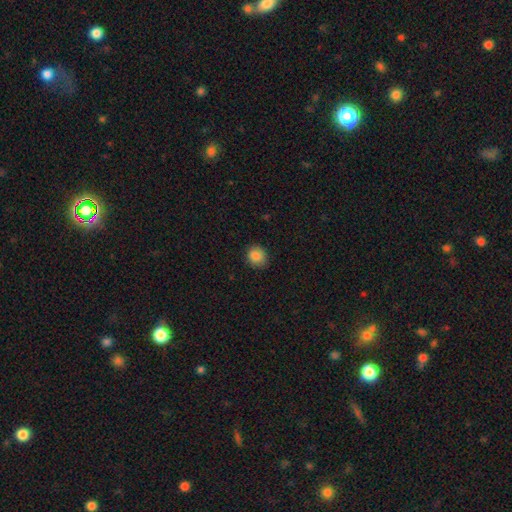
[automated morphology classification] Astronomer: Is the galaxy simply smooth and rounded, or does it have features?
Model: smooth — 85%.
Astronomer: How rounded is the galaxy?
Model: round — 75%.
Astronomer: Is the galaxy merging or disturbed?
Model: none — 86%.